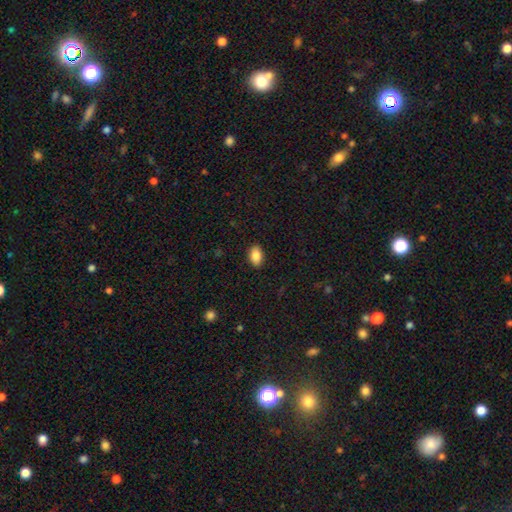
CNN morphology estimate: Smooth or featured? smooth (86%)
How rounded? in between (91%)
Merging? none (89%)